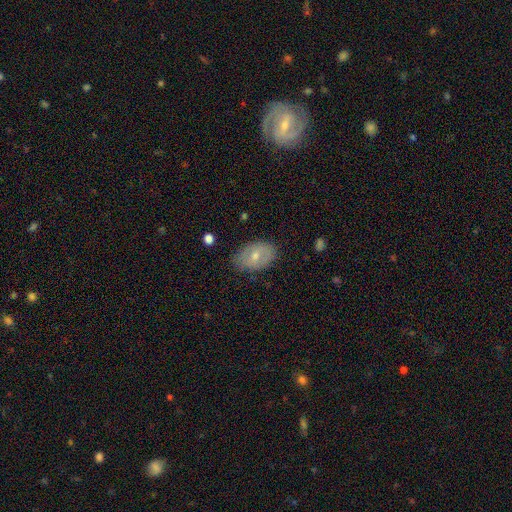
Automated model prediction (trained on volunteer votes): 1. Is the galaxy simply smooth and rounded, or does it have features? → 55% smooth, 38% featured or disk, 7% star or artifact.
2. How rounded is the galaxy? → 87% in between, 12% round, 1% cigar-shaped.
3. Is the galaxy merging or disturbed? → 78% none, 17% minor disturbance, 4% major disturbance, 1% merger.